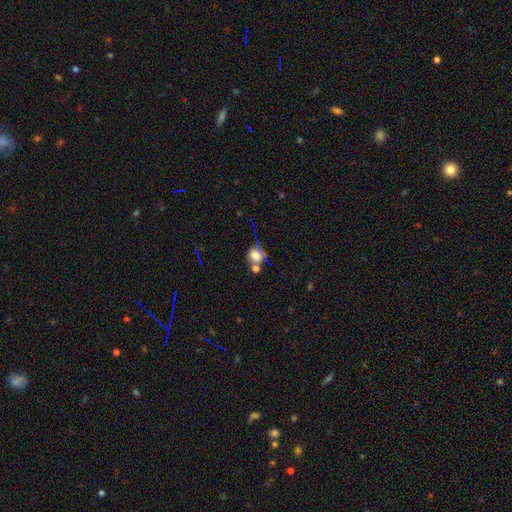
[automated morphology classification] A smooth galaxy with no disk features (68%) that is round (62%). Merging: none (42%).